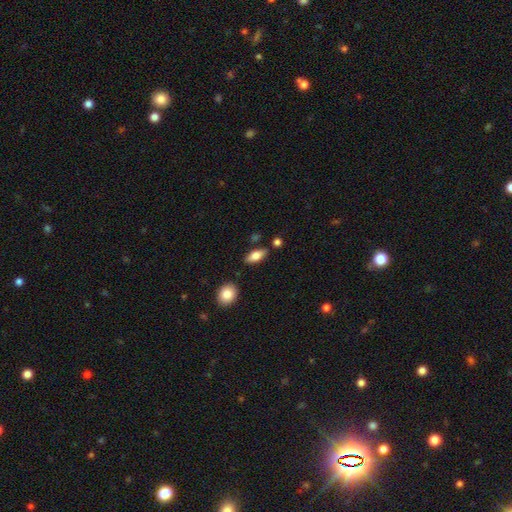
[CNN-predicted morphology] Smooth or featured: smooth — 76% (featured or disk — 17%)
How rounded: in between — 81% (cigar-shaped — 16%)
Merging: none — 82% (minor disturbance — 10%)